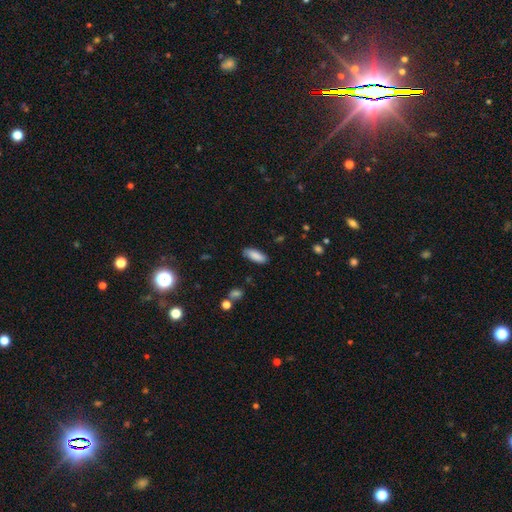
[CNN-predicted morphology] smooth 86%, featured or disk 8%, star or artifact 7%. Down the decision tree: how rounded — in between (75%); merging — none (83%).